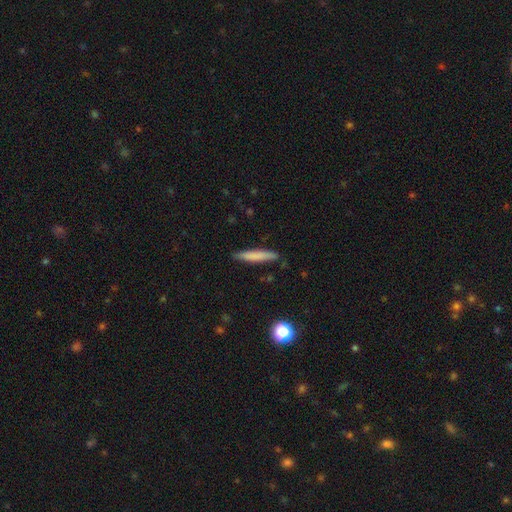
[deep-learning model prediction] Smooth or featured: smooth — 75% (featured or disk — 19%)
How rounded: cigar-shaped — 93% (in between — 6%)
Merging: none — 87% (minor disturbance — 10%)